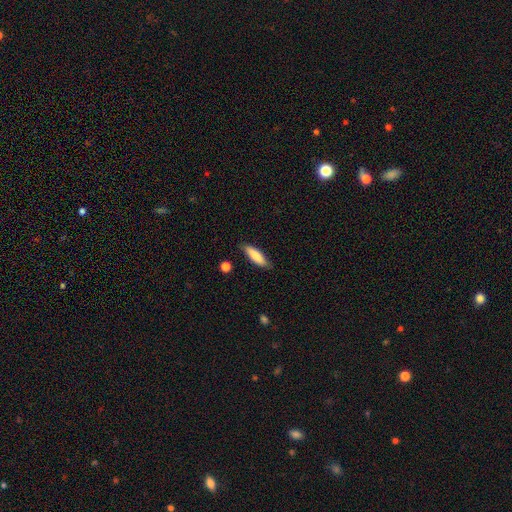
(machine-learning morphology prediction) This appears to be a smooth galaxy with no disk features (82%) that is cigar-shaped (57%). Merging: none (83%).